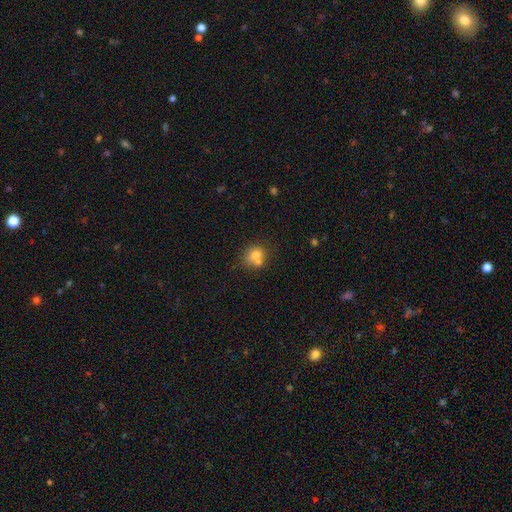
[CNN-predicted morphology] Smooth or featured?
  - smooth: 74% *
  - featured or disk: 15%
  - star or artifact: 11%
How rounded?
  - round: 73% *
  - in between: 26%
  - cigar-shaped: 1%
Merging?
  - none: 46% *
  - merger: 34%
  - minor disturbance: 14%
  - major disturbance: 5%